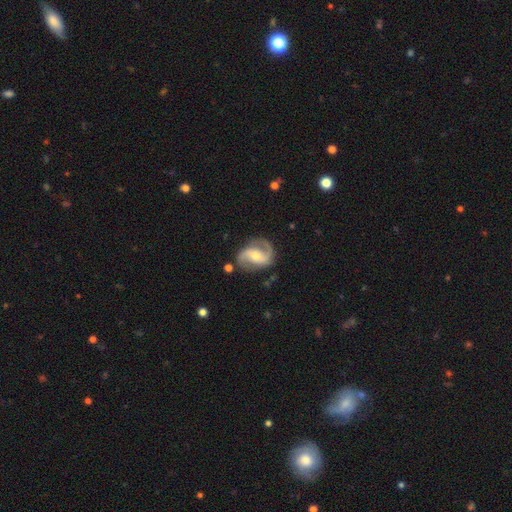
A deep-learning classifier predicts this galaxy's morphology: Smooth or featured?
  - featured or disk: 86% *
  - smooth: 9%
  - star or artifact: 5%
Edge-on disk?
  - no: 97% *
  - yes: 3%
Bar?
  - weak: 38% *
  - no: 37%
  - strong: 25%
Spiral arms?
  - yes: 96% *
  - no: 4%
Spiral winding?
  - medium: 49% *
  - loose: 32%
  - tight: 19%
Spiral arm count?
  - 2: 89% *
  - 1: 4%
  - can't tell: 3%
  - 3: 2%
  - 4: 1%
  - more than 4: 1%
Bulge size?
  - moderate: 52% *
  - small: 43%
  - large: 2%
  - none: 1%
  - dominant: 1%
Merging?
  - none: 77% *
  - minor disturbance: 15%
  - major disturbance: 6%
  - merger: 2%